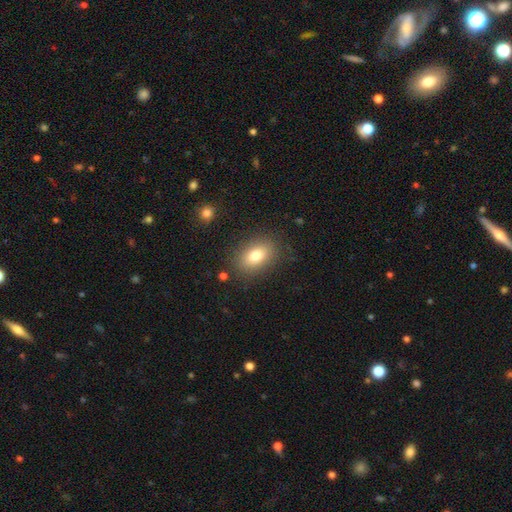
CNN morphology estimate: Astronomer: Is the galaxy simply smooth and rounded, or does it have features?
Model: smooth — 79%.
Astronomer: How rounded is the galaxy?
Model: in between — 84%.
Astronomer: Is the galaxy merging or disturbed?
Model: none — 84%.